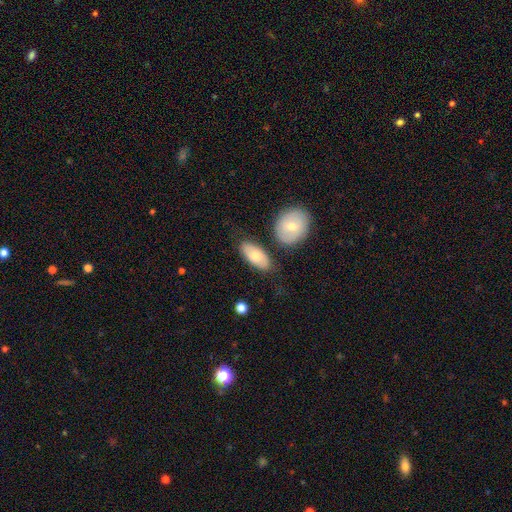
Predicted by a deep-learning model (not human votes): Q: Smooth or featured?
A: smooth (70%); runner-up: featured or disk (24%)
Q: How rounded?
A: in between (91%); runner-up: cigar-shaped (4%)
Q: Merging?
A: none (72%); runner-up: minor disturbance (14%)